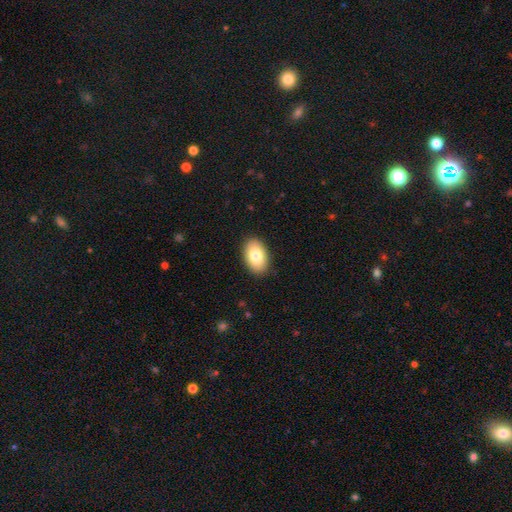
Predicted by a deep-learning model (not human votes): A smooth galaxy with no disk features (80%) that is in between round and cigar-shaped (90%). Merging: none (89%).